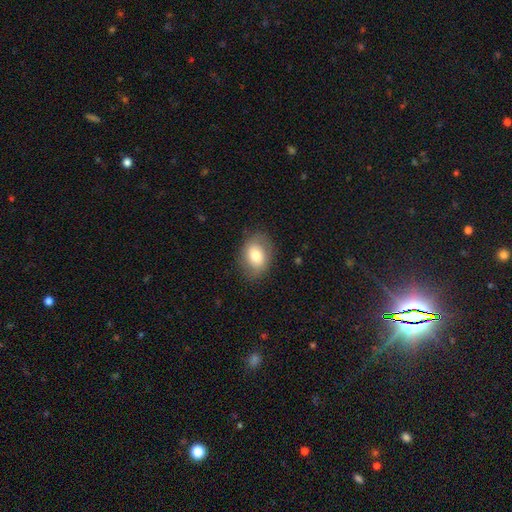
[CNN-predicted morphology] Smooth or featured?
  - smooth: 75% *
  - featured or disk: 18%
  - star or artifact: 8%
How rounded?
  - in between: 69% *
  - round: 30%
  - cigar-shaped: 1%
Merging?
  - none: 79% *
  - minor disturbance: 15%
  - major disturbance: 5%
  - merger: 1%